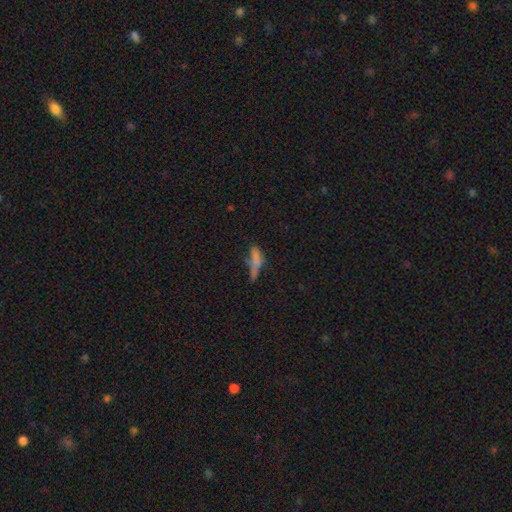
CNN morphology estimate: This appears to be a smooth galaxy with no disk features (57%) that is cigar-shaped (64%). Merging: none (40%).